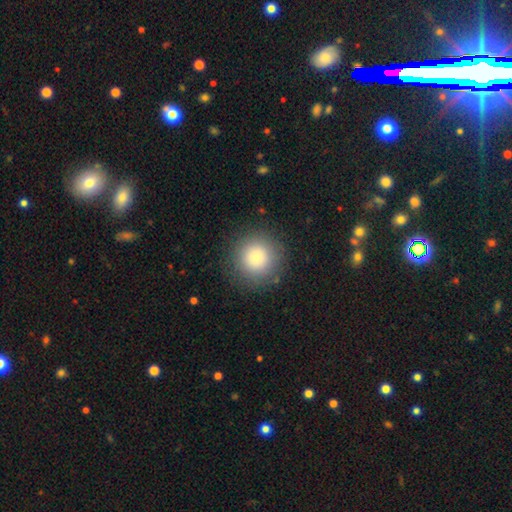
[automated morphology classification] smooth-or-featured: smooth: 84% | star or artifact: 9% | featured or disk: 6%
  how-rounded: round: 95% | in between: 4% | cigar-shaped: 1%
  merging: none: 89% | minor disturbance: 7% | major disturbance: 3% | merger: 1%